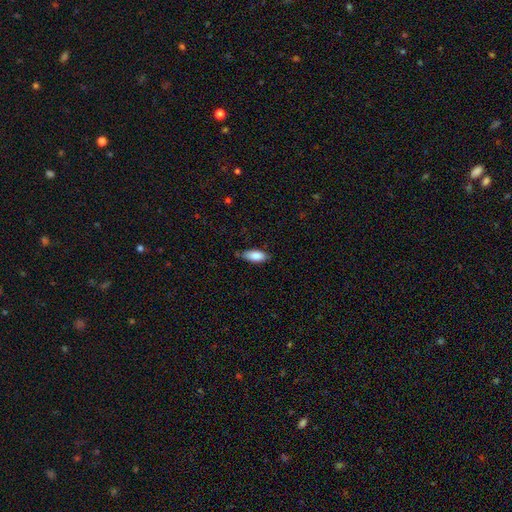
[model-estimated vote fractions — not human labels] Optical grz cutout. It shows a smooth galaxy with no disk features (87%) that is in between round and cigar-shaped (84%). Merging: none (72%).